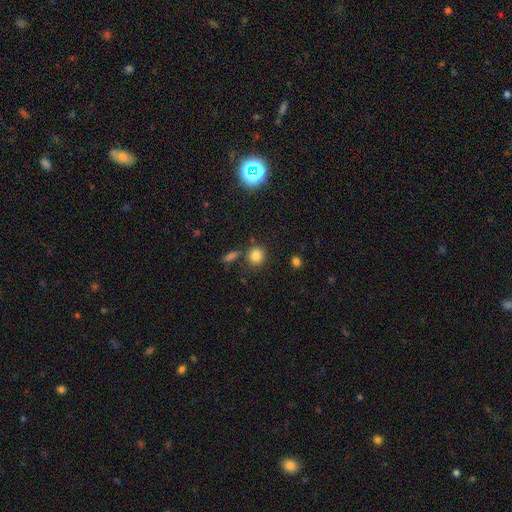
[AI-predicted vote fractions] Q: Smooth or featured?
A: smooth (82%); runner-up: star or artifact (13%)
Q: How rounded?
A: round (84%); runner-up: in between (15%)
Q: Merging?
A: none (78%); runner-up: minor disturbance (10%)